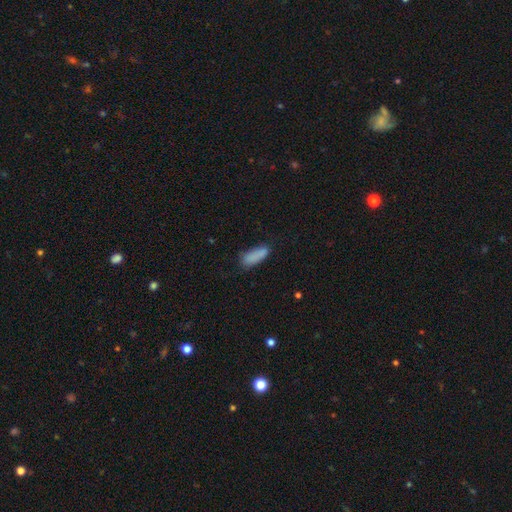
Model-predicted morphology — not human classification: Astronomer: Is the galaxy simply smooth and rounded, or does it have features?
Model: smooth — 84%.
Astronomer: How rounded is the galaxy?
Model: in between — 66%.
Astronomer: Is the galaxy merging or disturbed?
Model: none — 63%.